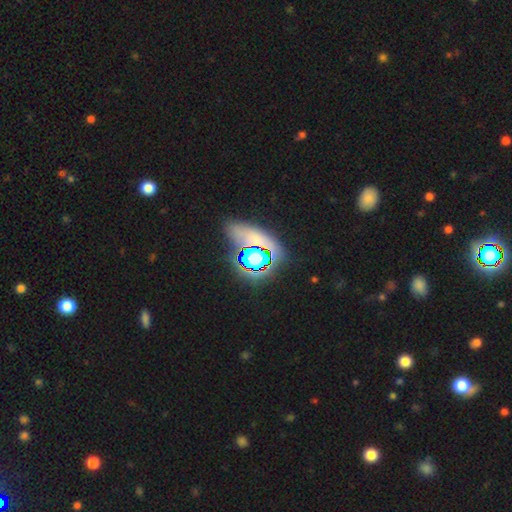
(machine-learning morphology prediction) smooth_or_featured: star or artifact (p=0.47) [alt: smooth p=0.34]